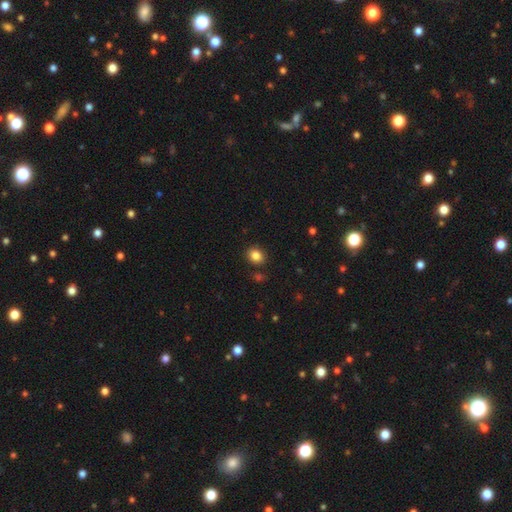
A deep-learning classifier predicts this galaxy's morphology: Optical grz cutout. It shows a smooth galaxy with no disk features (84%) that is round (64%). Merging: none (86%).